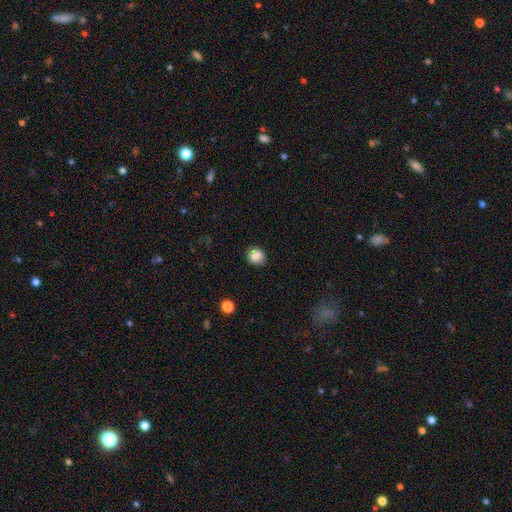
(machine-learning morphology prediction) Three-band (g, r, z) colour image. It shows a smooth galaxy with no disk features (82%) that is round (62%). Merging: none (84%).